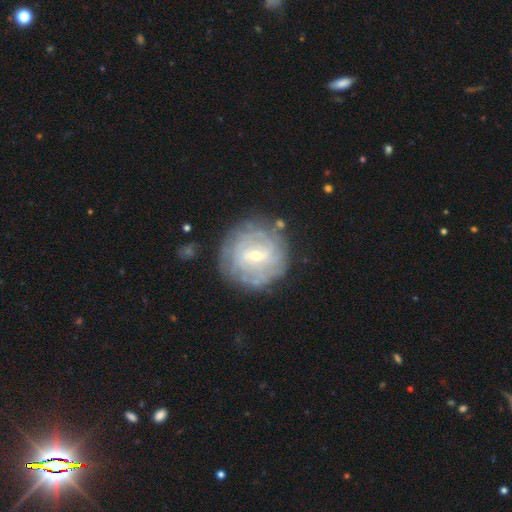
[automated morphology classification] featured or disk 75%, smooth 18%, star or artifact 7%. Down the decision tree: edge-on disk — no (97%); bar — weak (55%); spiral arms — yes (79%); spiral arm count — can't tell (57%); spiral winding — tight (77%); bulge size — small (65%); merging — none (79%).